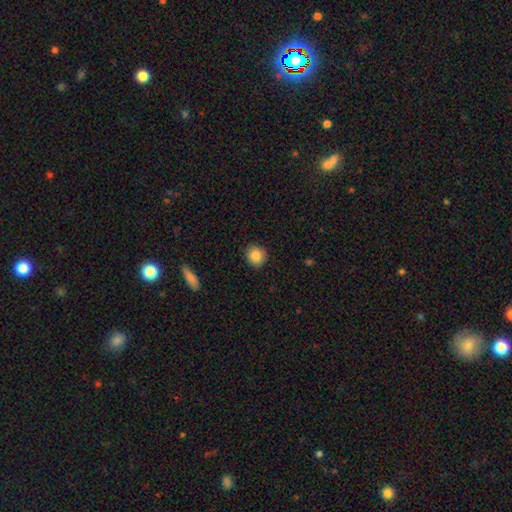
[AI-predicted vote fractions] The model was most divided on "how rounded": round: 88%, in between: 11%, cigar-shaped: 1%. More confident: merging — none (89%); smooth or featured — smooth (86%).